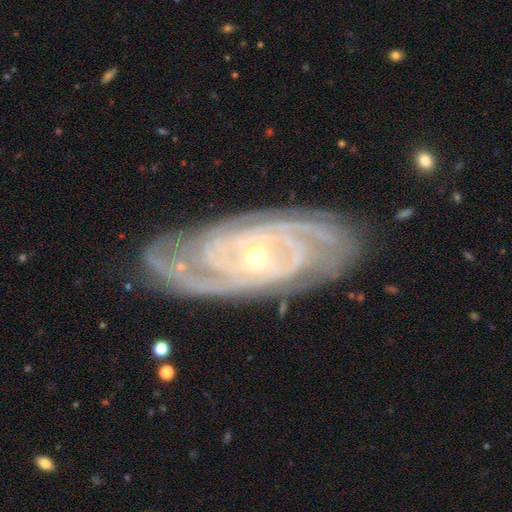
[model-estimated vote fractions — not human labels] Q: Smooth or featured?
A: featured or disk (91%); runner-up: star or artifact (5%)
Q: Edge-on disk?
A: no (94%); runner-up: yes (6%)
Q: Bar?
A: no (64%); runner-up: weak (24%)
Q: Spiral arms?
A: yes (98%); runner-up: no (2%)
Q: Spiral winding?
A: tight (75%); runner-up: medium (22%)
Q: Spiral arm count?
A: 2 (26%); runner-up: 3 (25%)
Q: Bulge size?
A: small (80%); runner-up: moderate (17%)
Q: Merging?
A: none (79%); runner-up: minor disturbance (16%)